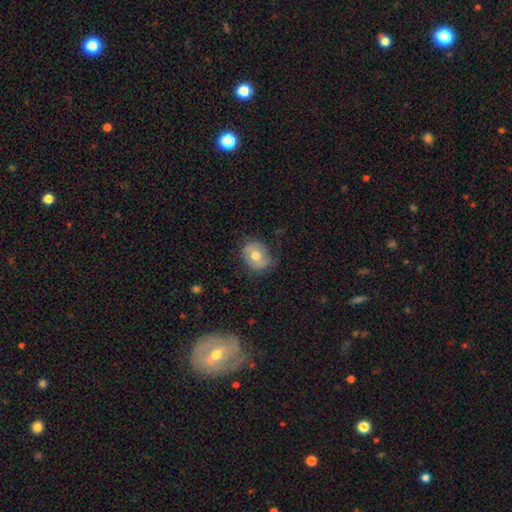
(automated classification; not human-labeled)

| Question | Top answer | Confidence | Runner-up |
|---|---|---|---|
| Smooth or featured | smooth | 65% | featured or disk (27%) |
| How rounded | round | 50% | in between (49%) |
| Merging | none | 74% | minor disturbance (20%) |